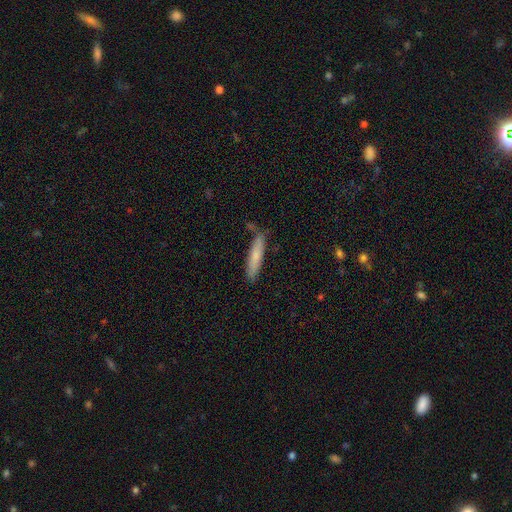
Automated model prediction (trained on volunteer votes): The model was most divided on "smooth or featured": smooth: 73%, featured or disk: 21%, star or artifact: 6%. More confident: how rounded — cigar-shaped (87%); merging — none (80%).